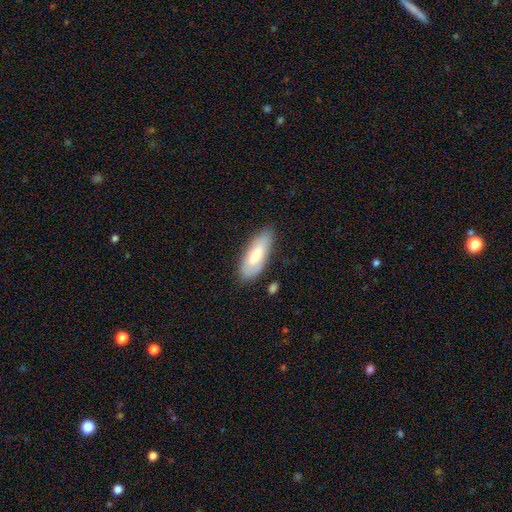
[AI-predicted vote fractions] This is likely a smooth galaxy (74%). How rounded: likely in between (69%). Merging: likely none (79%).